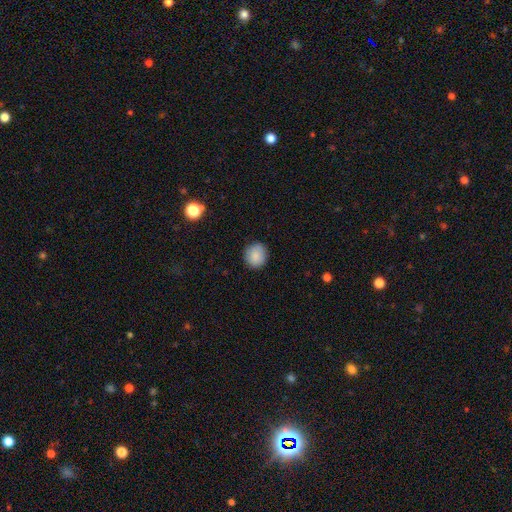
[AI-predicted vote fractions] A smooth galaxy with no disk features (86%) that is round (86%). Merging: none (88%).